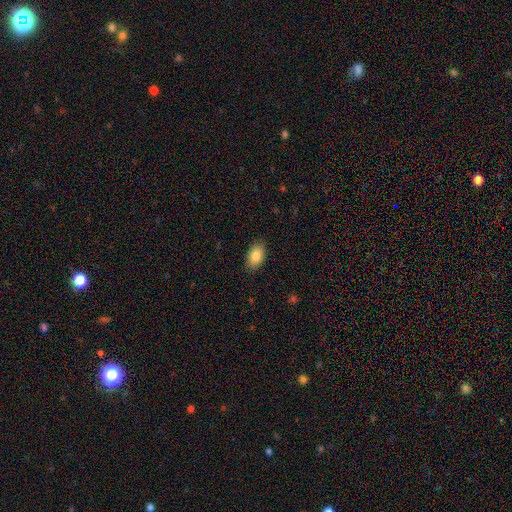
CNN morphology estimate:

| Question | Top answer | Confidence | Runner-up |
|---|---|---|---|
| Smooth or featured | smooth | 85% | featured or disk (8%) |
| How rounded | in between | 92% | round (6%) |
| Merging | none | 87% | minor disturbance (10%) |